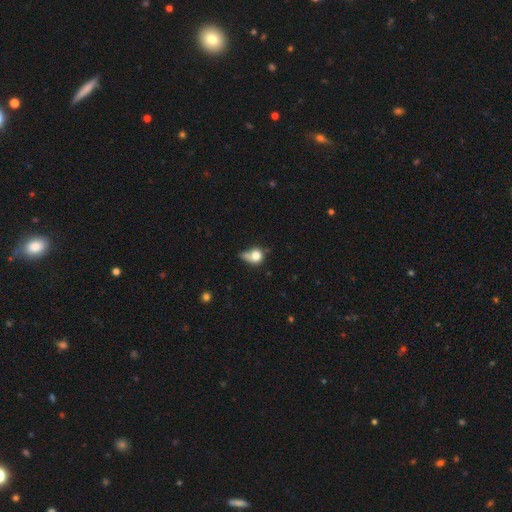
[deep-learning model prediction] This is likely a smooth galaxy (74%). How rounded: likely round (67%). Merging: marginally none (32%).